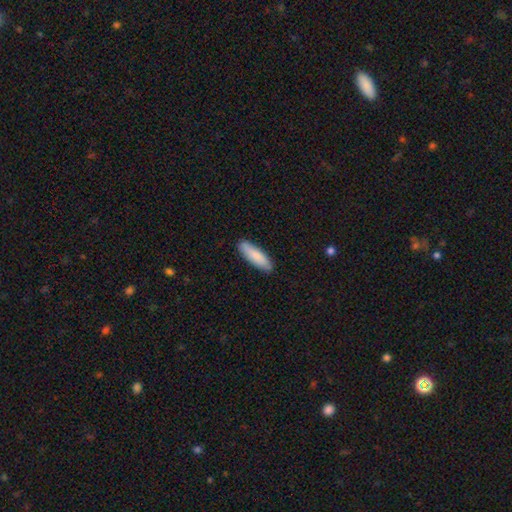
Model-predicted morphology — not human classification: Smooth or featured?
  - smooth: 85% *
  - featured or disk: 10%
  - star or artifact: 5%
How rounded?
  - cigar-shaped: 56% *
  - in between: 43%
  - round: 1%
Merging?
  - none: 87% *
  - minor disturbance: 10%
  - major disturbance: 2%
  - merger: 1%